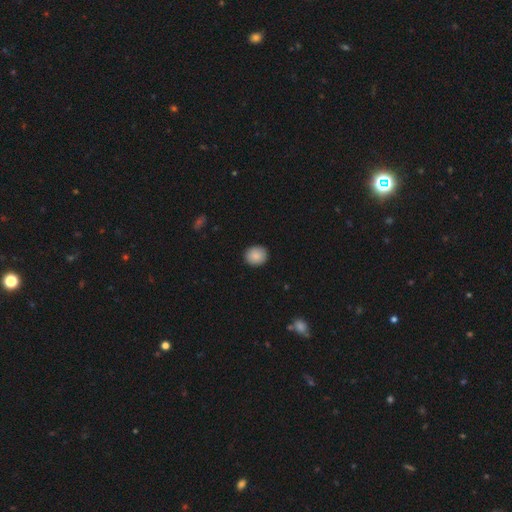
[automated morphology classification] Smooth or featured?
  - smooth: 88% *
  - star or artifact: 8%
  - featured or disk: 4%
How rounded?
  - round: 78% *
  - in between: 21%
  - cigar-shaped: 1%
Merging?
  - none: 91% *
  - minor disturbance: 7%
  - major disturbance: 2%
  - merger: 1%